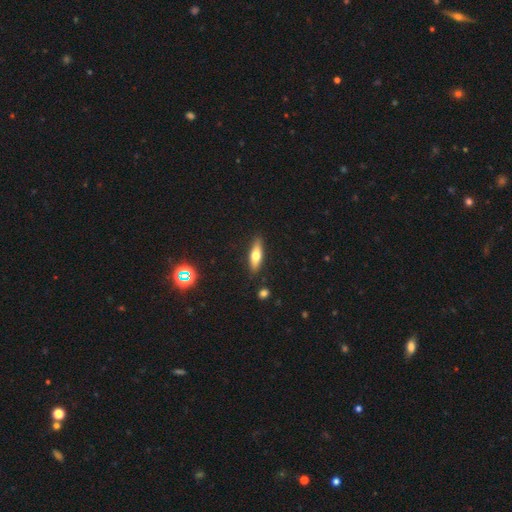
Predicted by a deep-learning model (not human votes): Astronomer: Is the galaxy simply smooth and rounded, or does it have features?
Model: smooth — 57% (runner-up: featured or disk, 35%).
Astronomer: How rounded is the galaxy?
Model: cigar-shaped — 57% (runner-up: in between, 40%).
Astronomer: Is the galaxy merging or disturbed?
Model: none — 88%.